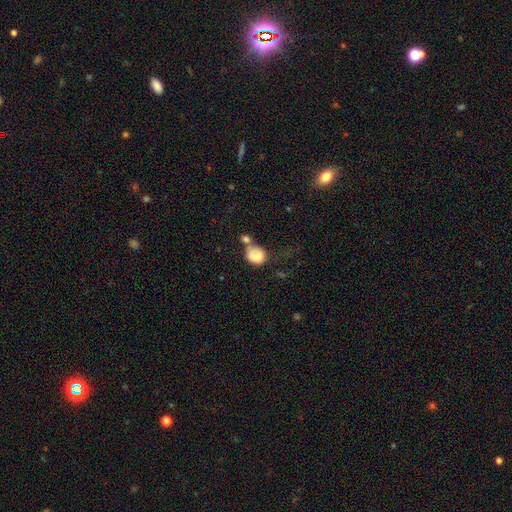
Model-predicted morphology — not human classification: The model was most divided on "how rounded": round: 51%, in between: 48%, cigar-shaped: 1%. Remaining: smooth or featured — smooth (73%); merging — merger (40%).